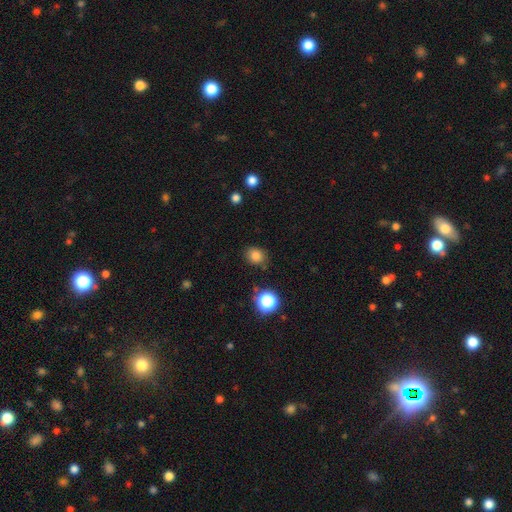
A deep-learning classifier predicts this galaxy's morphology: This is likely a smooth galaxy (80%). How rounded: likely round (66%). Merging: clearly none (81%).